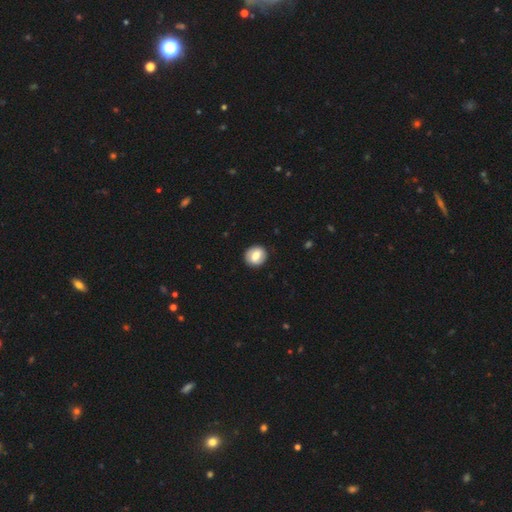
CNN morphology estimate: The model was most divided on "smooth or featured": smooth: 63%, featured or disk: 30%, star or artifact: 7%. More confident: merging — none (88%); how rounded — round (71%).